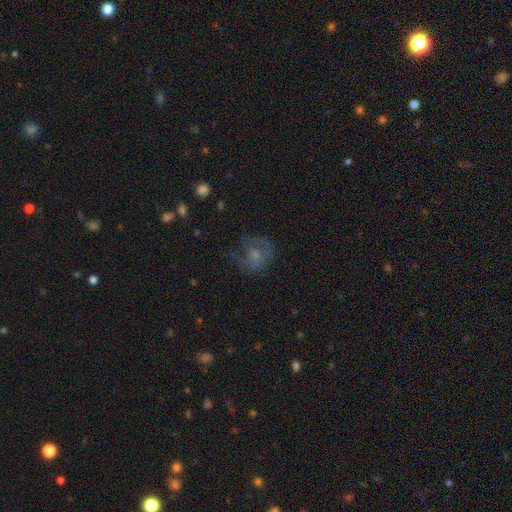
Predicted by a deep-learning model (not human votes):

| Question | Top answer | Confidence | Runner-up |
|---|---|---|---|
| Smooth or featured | featured or disk | 44% | tied: smooth (44%) |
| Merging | none | 48% | major disturbance (27%) |